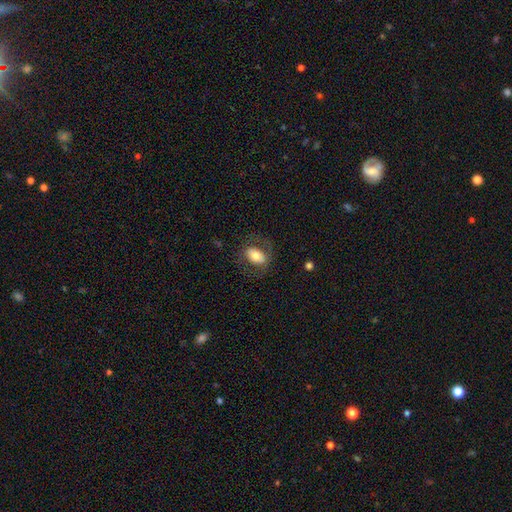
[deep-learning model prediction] Overall: smooth (65%; featured or disk 27%). How rounded: in between (81%). Merging: none (71%).